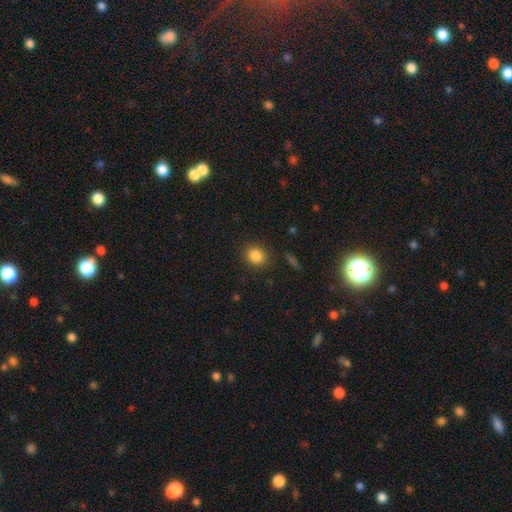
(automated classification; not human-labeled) Smooth or featured? Predicted: smooth (p=0.85). How rounded? Predicted: round (p=0.65). Merging? Predicted: none (p=0.87).